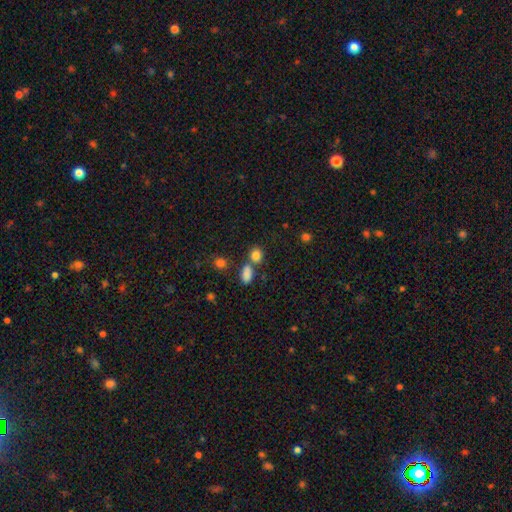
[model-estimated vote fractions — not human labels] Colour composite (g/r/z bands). It shows a smooth galaxy with no disk features (82%) that is round (73%). Merging: none (61%).